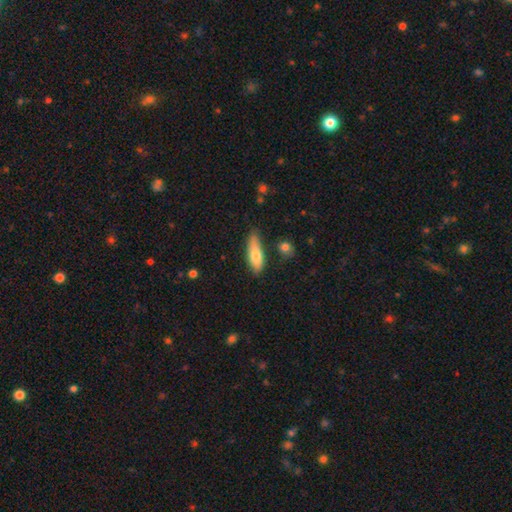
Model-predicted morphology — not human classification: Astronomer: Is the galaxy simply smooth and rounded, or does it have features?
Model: smooth — 74%.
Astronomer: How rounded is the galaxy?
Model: in between — 57% (runner-up: cigar-shaped, 40%).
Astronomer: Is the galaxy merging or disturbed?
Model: none — 72%.